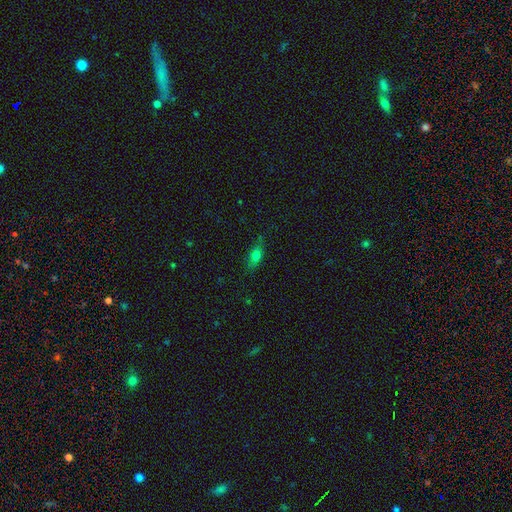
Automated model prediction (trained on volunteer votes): Smooth or featured?
  - smooth: 67% *
  - featured or disk: 21%
  - star or artifact: 12%
How rounded?
  - in between: 69% *
  - cigar-shaped: 23%
  - round: 9%
Merging?
  - none: 75% *
  - minor disturbance: 18%
  - major disturbance: 4%
  - merger: 2%